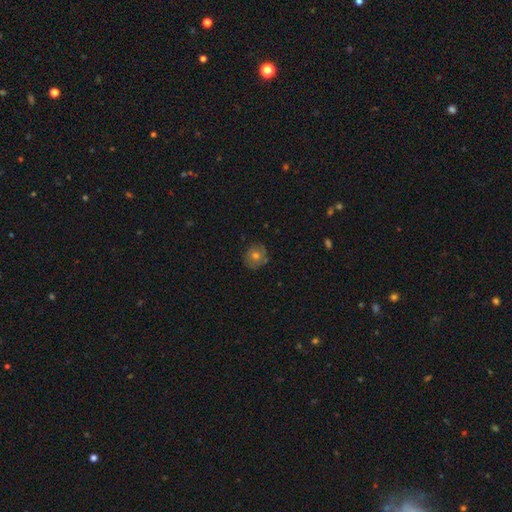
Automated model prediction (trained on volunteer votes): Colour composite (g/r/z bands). It shows a smooth galaxy with no disk features (60%) that is round (86%). Merging: none (82%).